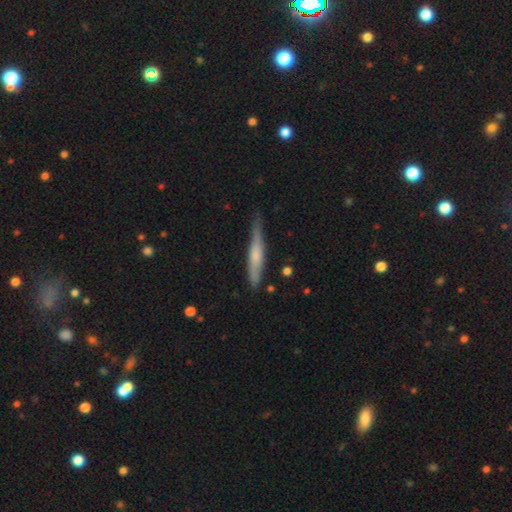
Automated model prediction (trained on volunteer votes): This appears to be a smooth galaxy with no disk features (53%) that is cigar-shaped (92%). Merging: none (69%).